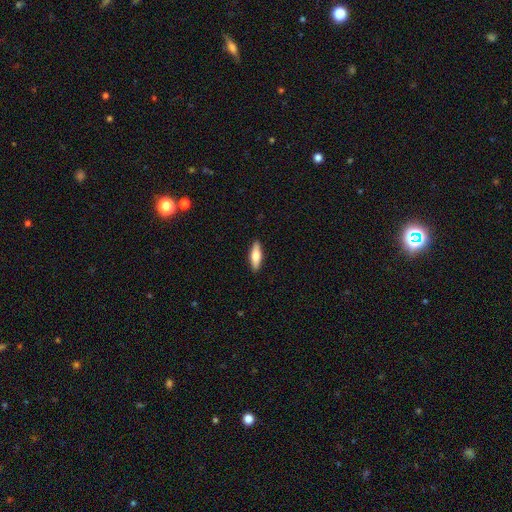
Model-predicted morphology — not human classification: smooth-or-featured: smooth: 71% | featured or disk: 24% | star or artifact: 5%
  how-rounded: in between: 51% | cigar-shaped: 47% | round: 2%
  merging: none: 90% | minor disturbance: 8% | major disturbance: 2% | merger: 1%